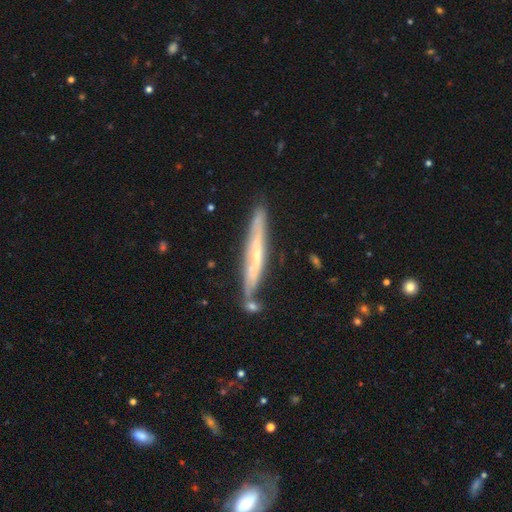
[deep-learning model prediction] smooth_or_featured: featured or disk (p=0.64) [alt: smooth p=0.30]
disk_edge_on: yes (p=0.86) [alt: no p=0.14]
edge_on_bulge: none (p=0.52) [alt: rounded p=0.41]
merging: none (p=0.71) [alt: minor disturbance p=0.15]